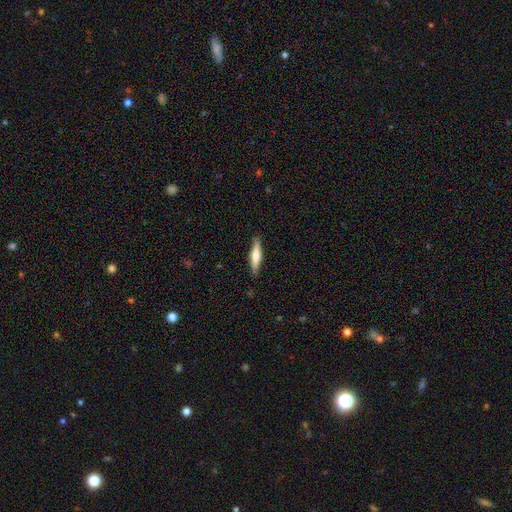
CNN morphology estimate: The model was most divided on "smooth or featured": smooth: 51%, featured or disk: 44%, star or artifact: 5%. More confident: merging — none (88%); how rounded — cigar-shaped (82%).